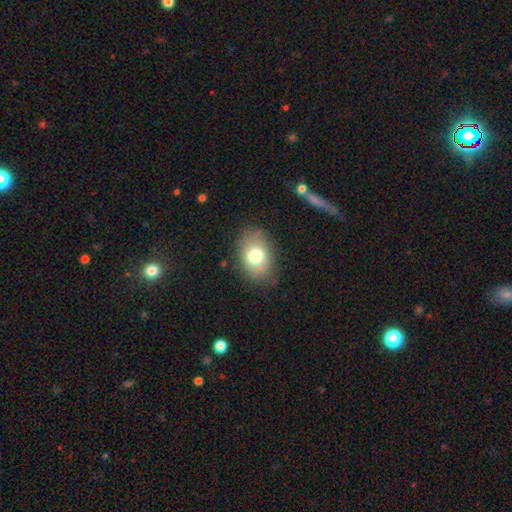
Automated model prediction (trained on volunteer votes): Smooth or featured? Predicted: smooth (p=0.76). How rounded? Predicted: in between (p=0.78). Merging? Predicted: none (p=0.79).